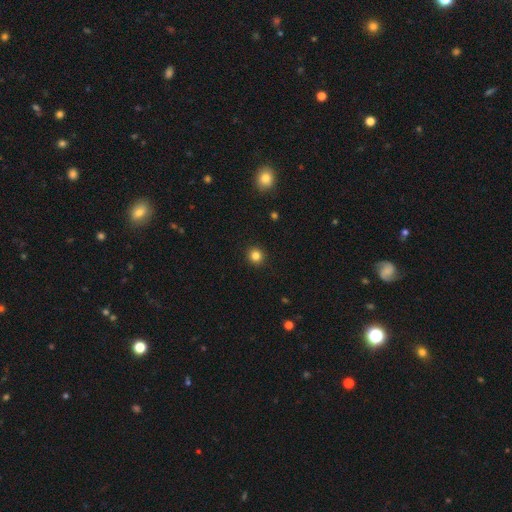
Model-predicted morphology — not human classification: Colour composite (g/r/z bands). It shows a smooth galaxy with no disk features (83%) that is round (93%). Merging: none (93%).